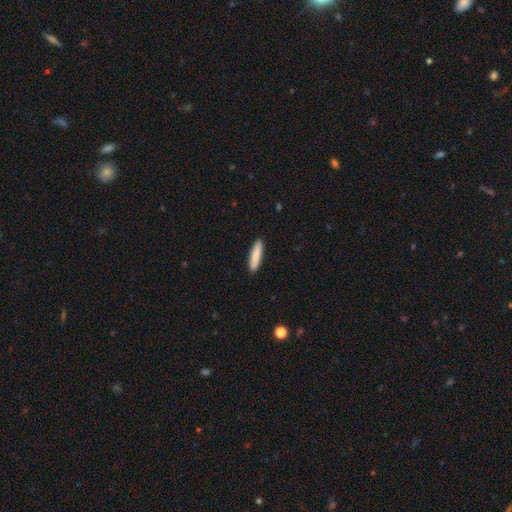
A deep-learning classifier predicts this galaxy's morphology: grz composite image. It shows a smooth galaxy with no disk features (86%) that is cigar-shaped (82%). Merging: none (91%).